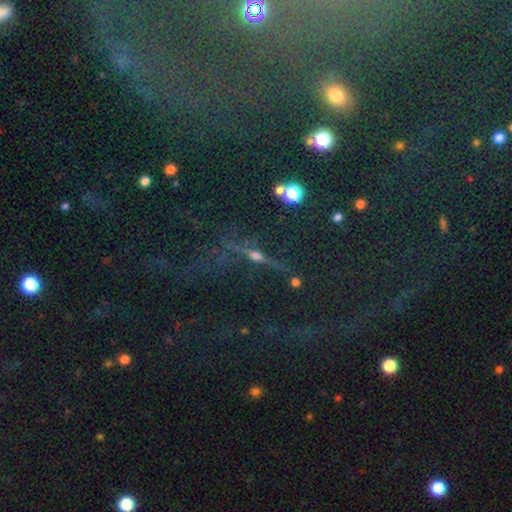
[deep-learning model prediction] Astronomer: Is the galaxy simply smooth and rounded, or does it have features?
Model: featured or disk — 59%.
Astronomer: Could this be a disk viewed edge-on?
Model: yes — 90%.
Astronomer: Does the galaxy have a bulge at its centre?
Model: rounded — 91%.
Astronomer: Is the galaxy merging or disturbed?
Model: none — 82%.